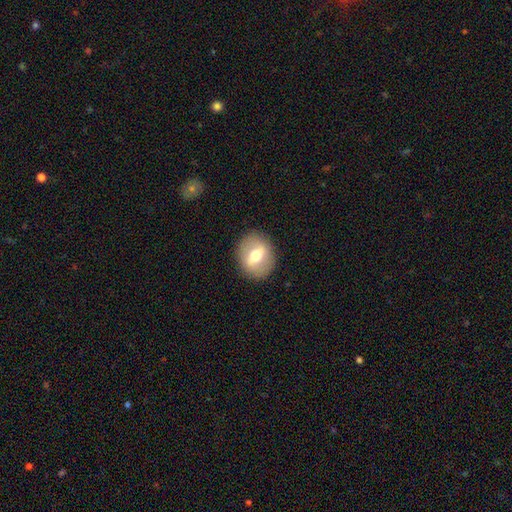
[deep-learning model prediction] A smooth galaxy with no disk features (47%).

Vote fractions:
- Smooth or featured? smooth: 47% / featured or disk: 46% / star or artifact: 8%
- Merging? none: 88% / minor disturbance: 8% / major disturbance: 3% / merger: 1%